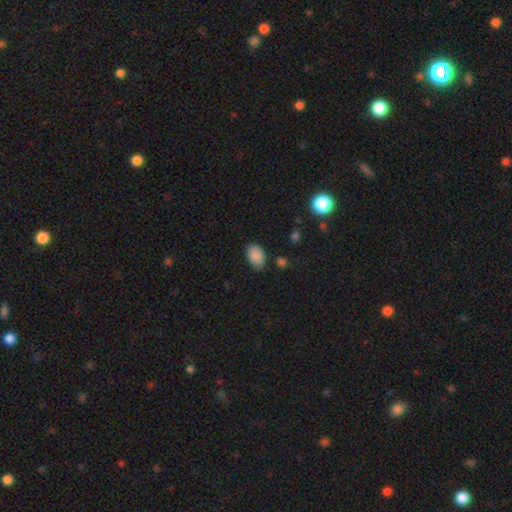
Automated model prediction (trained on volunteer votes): smooth-or-featured: smooth: 88% | star or artifact: 8% | featured or disk: 4%
  how-rounded: in between: 89% | round: 10% | cigar-shaped: 1%
  merging: none: 77% | minor disturbance: 18% | major disturbance: 3% | merger: 2%